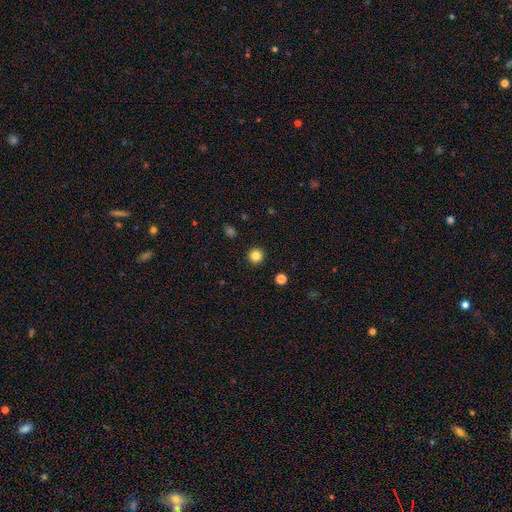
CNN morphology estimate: This appears to be a smooth galaxy with no disk features (85%) that is round (96%). Merging: none (93%).